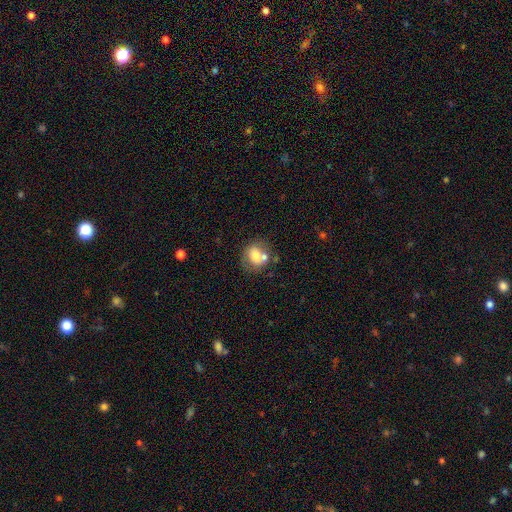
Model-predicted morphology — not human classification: Overall: smooth (62%; featured or disk 29%). How rounded: round (62%; in between 37%). Merging: none (47%; merger 28%).